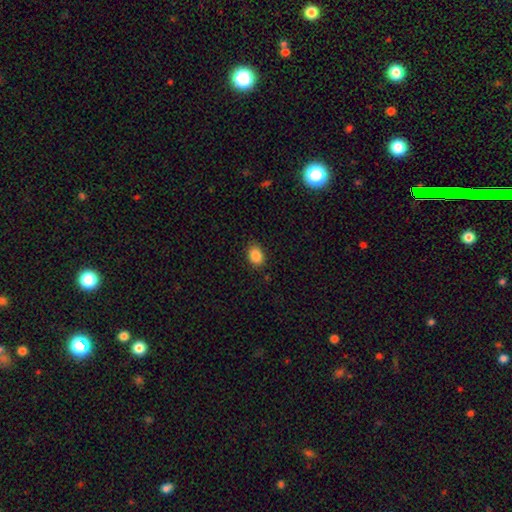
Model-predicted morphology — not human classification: Q: Smooth or featured?
A: smooth (86%); runner-up: star or artifact (9%)
Q: How rounded?
A: in between (68%); runner-up: round (31%)
Q: Merging?
A: none (86%); runner-up: minor disturbance (10%)